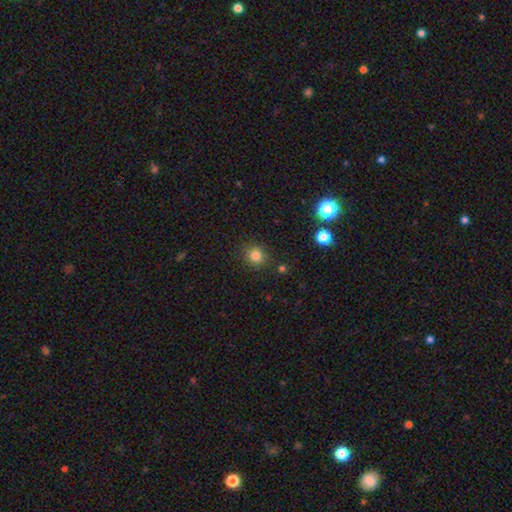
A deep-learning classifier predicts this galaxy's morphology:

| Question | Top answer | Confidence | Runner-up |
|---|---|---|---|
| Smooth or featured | smooth | 81% | star or artifact (13%) |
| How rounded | round | 89% | in between (10%) |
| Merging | none | 88% | minor disturbance (7%) |